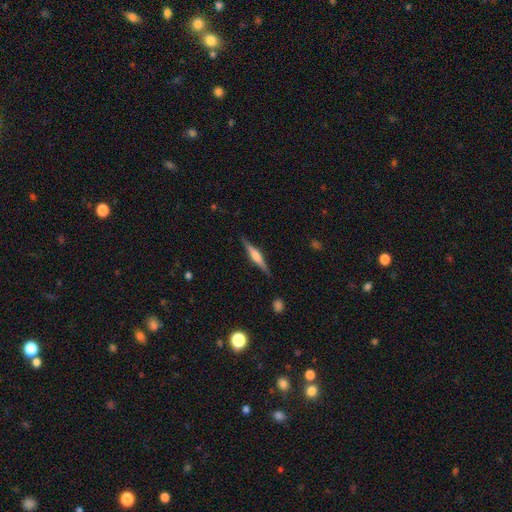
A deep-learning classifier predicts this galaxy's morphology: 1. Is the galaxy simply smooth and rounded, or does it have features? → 67% featured or disk, 27% smooth, 6% star or artifact.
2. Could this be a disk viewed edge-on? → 98% yes, 2% no.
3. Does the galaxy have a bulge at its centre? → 75% rounded, 18% boxy, 7% none.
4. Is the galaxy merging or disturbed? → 89% none, 8% minor disturbance, 2% major disturbance, 1% merger.